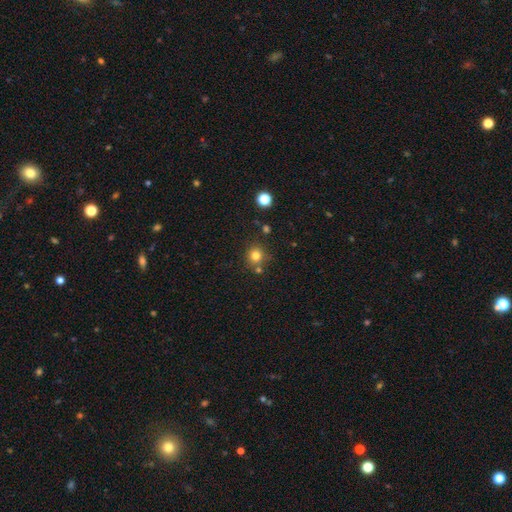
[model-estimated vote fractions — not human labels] A smooth galaxy with no disk features (78%) that is round (91%). Merging: none (76%).